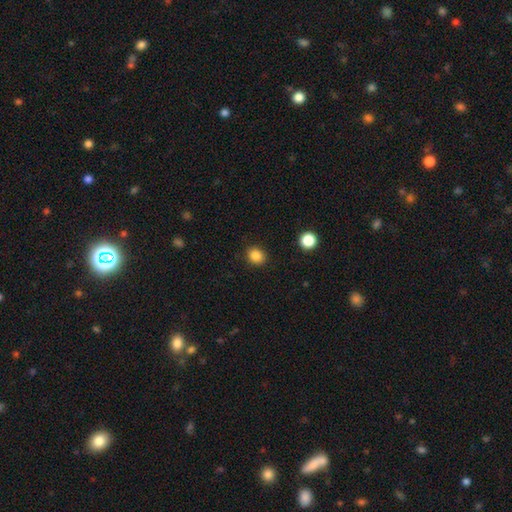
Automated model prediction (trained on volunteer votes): Morphology: type=smooth (86%); roundness=round (68%); merging=none (89%).